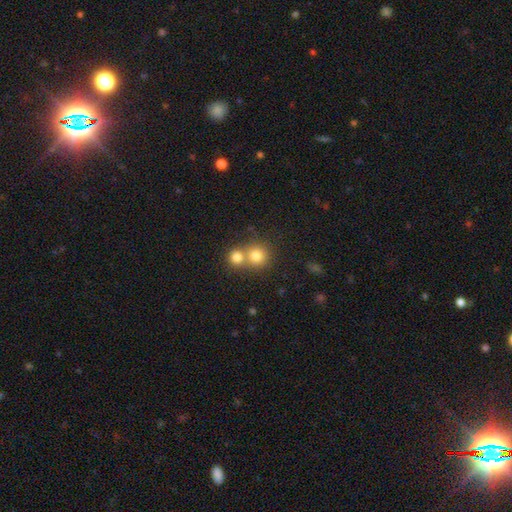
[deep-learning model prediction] The model was most divided on "merging": merger: 47%, none: 45%, minor disturbance: 5%, major disturbance: 2%. More confident: how rounded — round (89%); smooth or featured — smooth (78%).